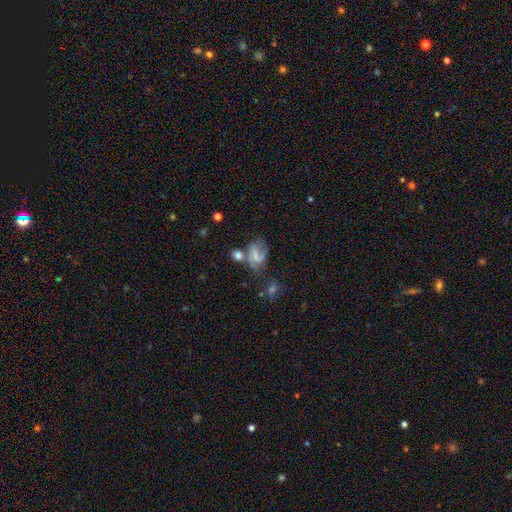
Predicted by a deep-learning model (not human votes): A featured or disk galaxy (55%) with a weak bar (45%), spiral arms (83%) and a small central bulge (43%).

Vote fractions:
- Smooth or featured? featured or disk: 55% / smooth: 33% / star or artifact: 12%
- Edge-on disk? no: 97% / yes: 3%
- Bar? weak: 45% / no: 39% / strong: 16%
- Spiral arms? yes: 83% / no: 17%
- Bulge size? small: 43% / none: 32% / moderate: 20% / large: 4% / dominant: 2%
- Merging? none: 39% / merger: 23% / minor disturbance: 21% / major disturbance: 17%